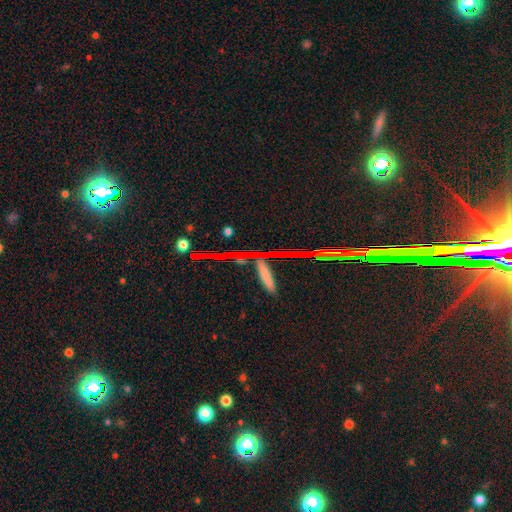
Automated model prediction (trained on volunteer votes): This is clearly a star or artifact rather than a galaxy (82%).